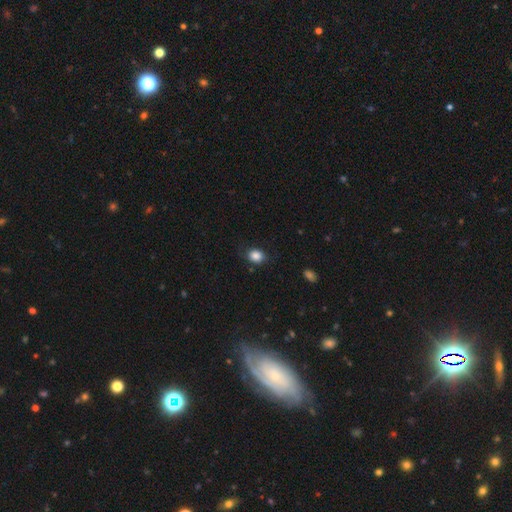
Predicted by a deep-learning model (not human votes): A smooth galaxy with no disk features (86%) that is round (57%). Merging: none (80%).